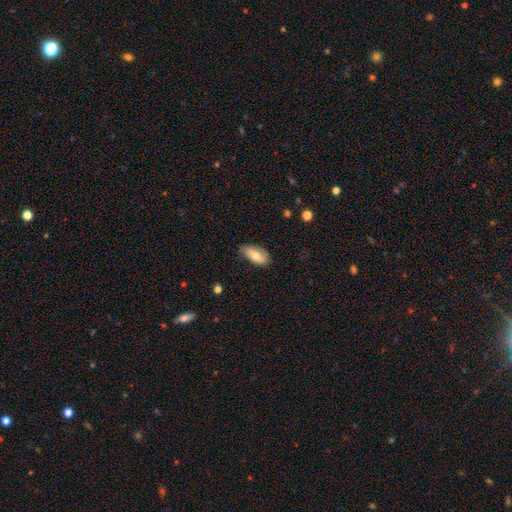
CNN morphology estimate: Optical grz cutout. It shows a smooth galaxy with no disk features (71%) that is in between round and cigar-shaped (87%). Merging: none (70%).